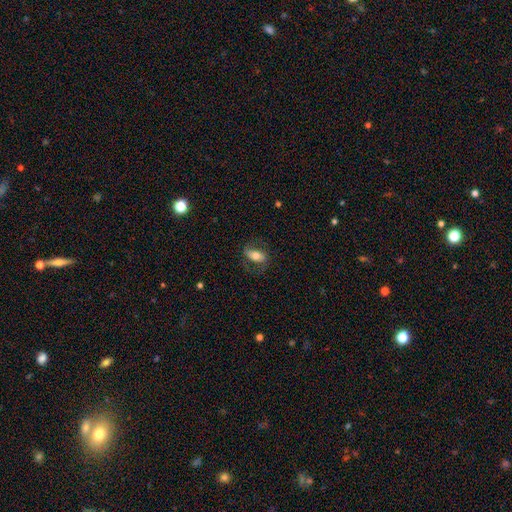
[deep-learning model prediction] smooth_or_featured: smooth (p=0.54) [alt: featured or disk p=0.39]
how_rounded: in between (p=0.86) [alt: cigar-shaped p=0.07]
merging: none (p=0.67) [alt: minor disturbance p=0.18]